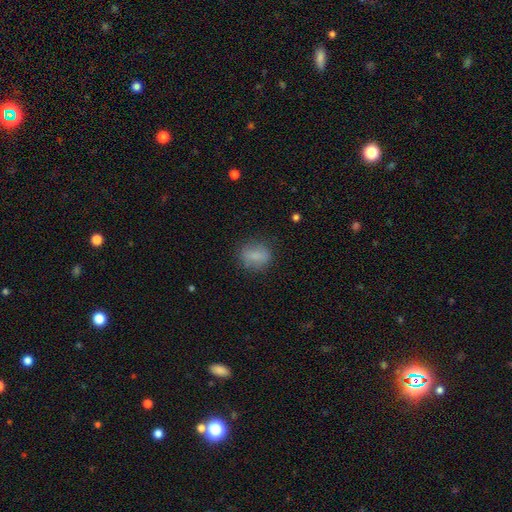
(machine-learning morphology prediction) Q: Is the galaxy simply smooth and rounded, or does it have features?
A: smooth — 79%.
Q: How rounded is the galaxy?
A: in between — 52%.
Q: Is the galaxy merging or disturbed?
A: none — 79%.